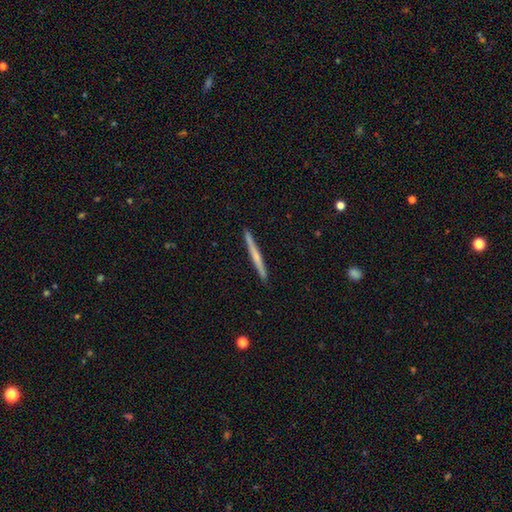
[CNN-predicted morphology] The model was most divided on "edge-on bulge": none: 53%, rounded: 41%, boxy: 6%. More confident: edge-on disk — yes (98%); merging — none (92%); smooth or featured — featured or disk (56%).